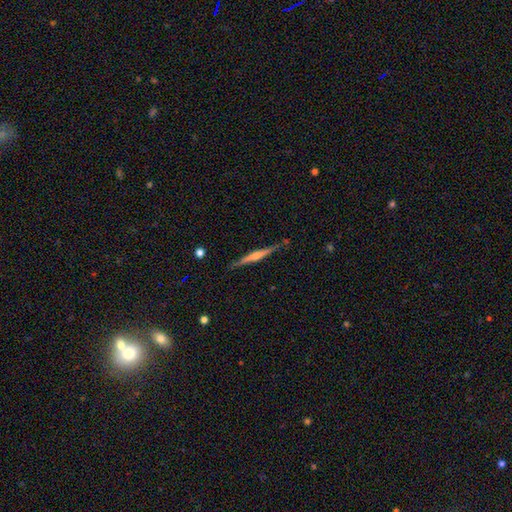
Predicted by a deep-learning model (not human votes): smooth_or_featured: featured or disk (p=0.69) [alt: smooth p=0.25]
disk_edge_on: yes (p=0.98) [alt: no p=0.02]
edge_on_bulge: rounded (p=0.72) [alt: none p=0.18]
merging: none (p=0.87) [alt: minor disturbance p=0.10]